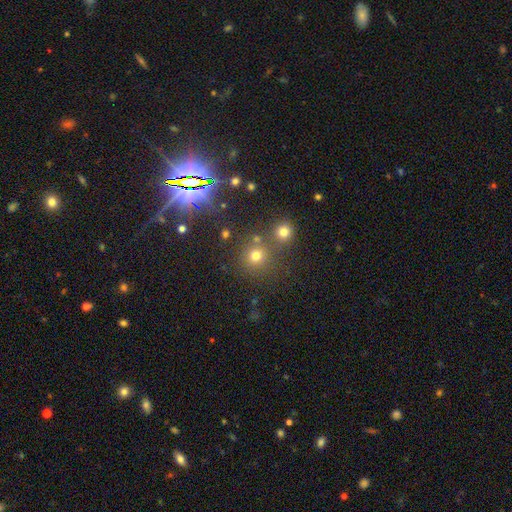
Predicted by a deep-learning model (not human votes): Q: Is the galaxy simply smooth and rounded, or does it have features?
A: smooth — 73%.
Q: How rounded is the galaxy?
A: round — 91%.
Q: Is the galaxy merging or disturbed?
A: none — 72%.